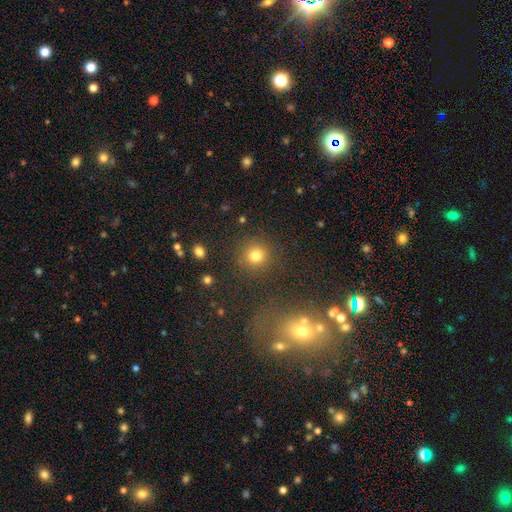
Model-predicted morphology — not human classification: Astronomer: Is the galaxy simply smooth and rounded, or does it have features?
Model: smooth — 79%.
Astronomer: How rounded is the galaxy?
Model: round — 92%.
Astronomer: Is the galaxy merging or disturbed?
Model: none — 87%.